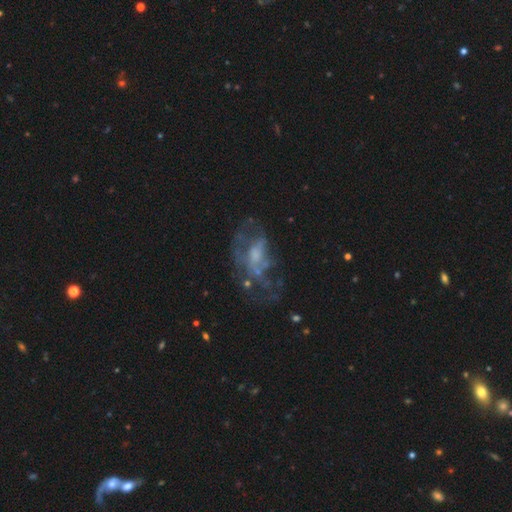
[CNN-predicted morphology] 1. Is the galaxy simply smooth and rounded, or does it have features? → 65% featured or disk, 22% smooth, 13% star or artifact.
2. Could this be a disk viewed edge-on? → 96% no, 4% yes.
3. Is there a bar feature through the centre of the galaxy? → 70% no, 25% weak, 5% strong.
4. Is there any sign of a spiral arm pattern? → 62% no, 38% yes.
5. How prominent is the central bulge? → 35% moderate, 33% small, 25% none, 6% large, 1% dominant.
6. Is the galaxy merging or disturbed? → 38% major disturbance, 36% none, 18% minor disturbance, 7% merger.